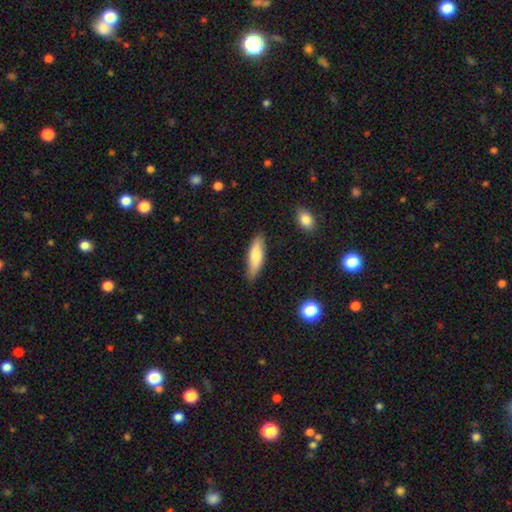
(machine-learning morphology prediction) smooth-or-featured: smooth: 76% | featured or disk: 18% | star or artifact: 6%
  how-rounded: cigar-shaped: 53% | in between: 45% | round: 2%
  merging: none: 82% | minor disturbance: 13% | major disturbance: 2% | merger: 2%